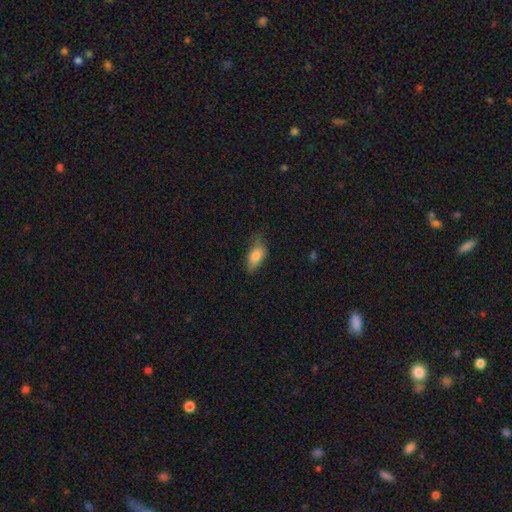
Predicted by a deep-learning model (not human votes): smooth-or-featured: smooth: 80% | featured or disk: 13% | star or artifact: 7%
  how-rounded: in between: 86% | cigar-shaped: 10% | round: 4%
  merging: none: 61% | minor disturbance: 30% | major disturbance: 8% | merger: 1%